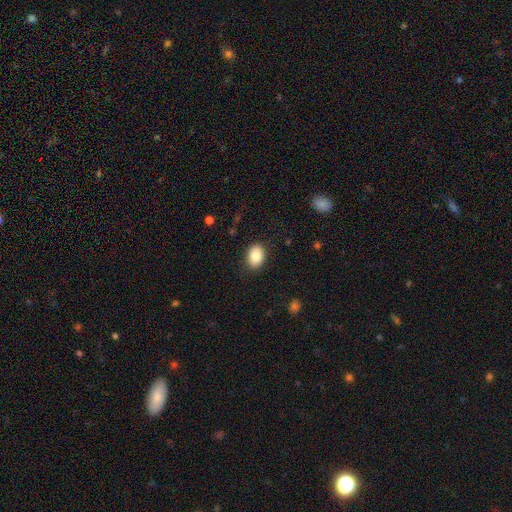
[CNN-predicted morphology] Q: Smooth or featured?
A: smooth (86%); runner-up: star or artifact (8%)
Q: How rounded?
A: in between (79%); runner-up: round (20%)
Q: Merging?
A: none (86%); runner-up: minor disturbance (10%)